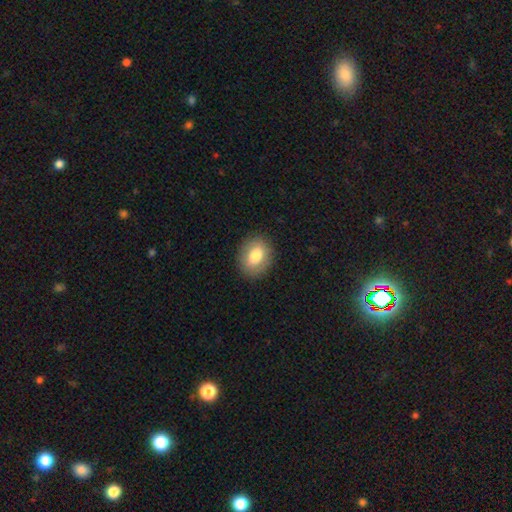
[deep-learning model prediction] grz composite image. It shows a smooth galaxy with no disk features (77%) that is in between round and cigar-shaped (58%). Merging: none (87%).